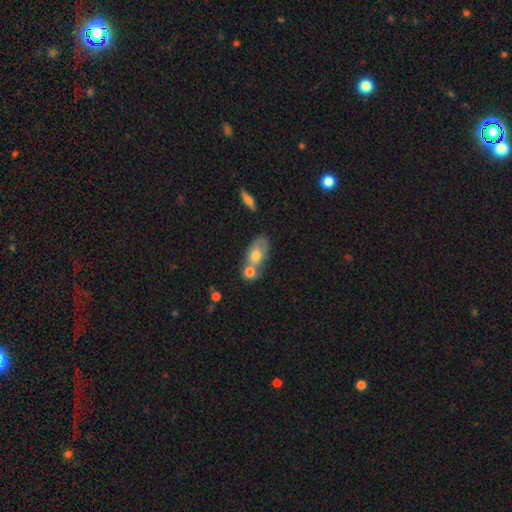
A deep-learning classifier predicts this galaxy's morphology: smooth 67%, featured or disk 25%, star or artifact 8%. Down the decision tree: how rounded — in between (79%); merging — merger (52%).